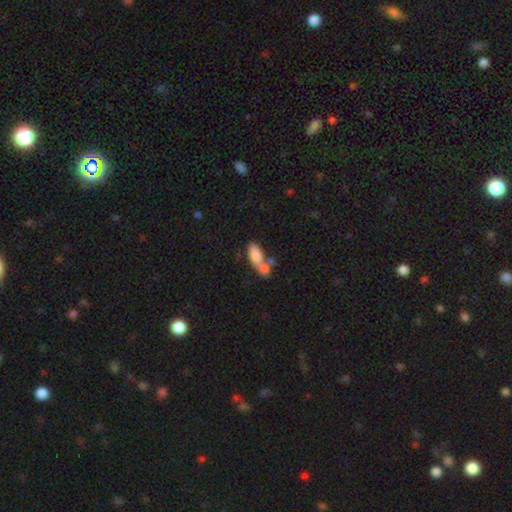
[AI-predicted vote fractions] smooth-or-featured: smooth: 78% | featured or disk: 15% | star or artifact: 8%
  how-rounded: in between: 79% | cigar-shaped: 17% | round: 4%
  merging: merger: 56% | none: 28% | minor disturbance: 10% | major disturbance: 6%